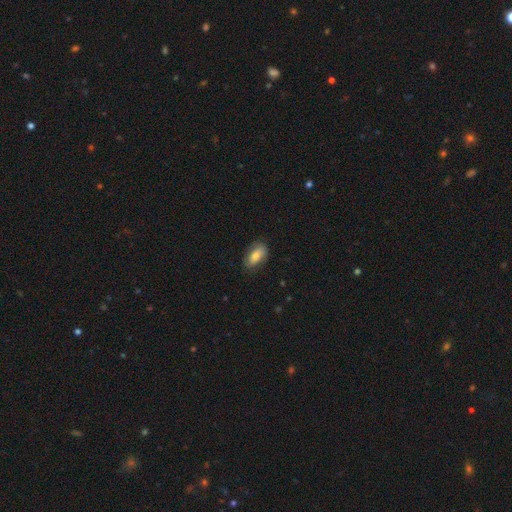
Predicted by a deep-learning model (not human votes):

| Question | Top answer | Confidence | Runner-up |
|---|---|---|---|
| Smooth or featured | smooth | 72% | featured or disk (21%) |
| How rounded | in between | 89% | cigar-shaped (6%) |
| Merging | none | 78% | minor disturbance (17%) |